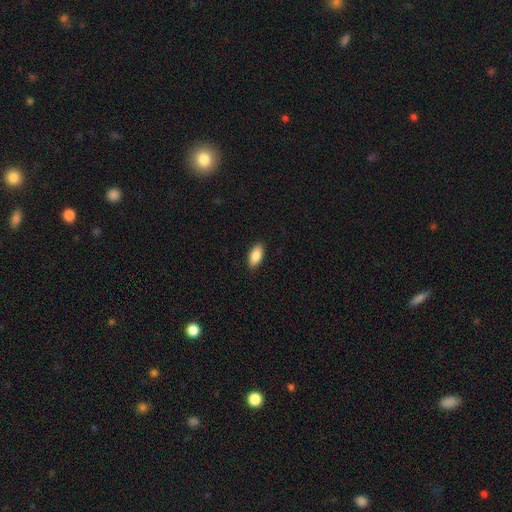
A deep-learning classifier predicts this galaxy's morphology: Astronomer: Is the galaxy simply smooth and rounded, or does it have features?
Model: smooth — 87%.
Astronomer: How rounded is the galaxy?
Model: in between — 89%.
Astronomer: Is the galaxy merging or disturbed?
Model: none — 89%.